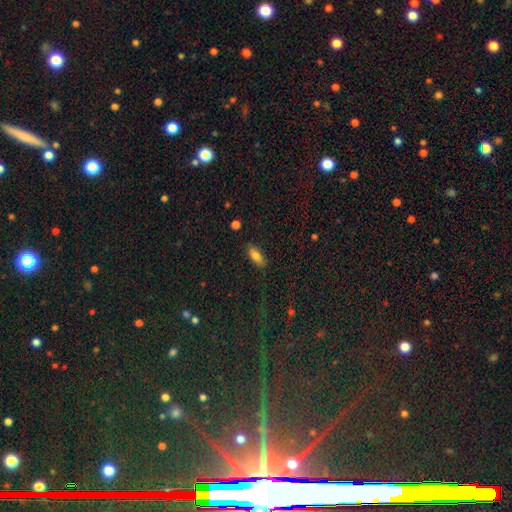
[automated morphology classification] A smooth galaxy with no disk features (78%) that is in between round and cigar-shaped (82%). Merging: none (87%).